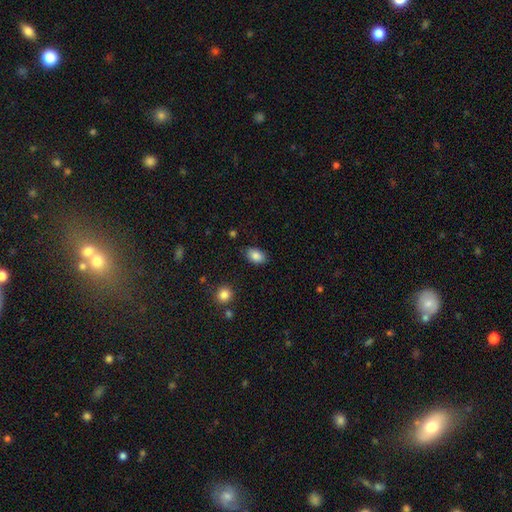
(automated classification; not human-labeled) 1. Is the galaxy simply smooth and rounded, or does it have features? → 86% smooth, 8% star or artifact, 6% featured or disk.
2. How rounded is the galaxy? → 86% in between, 13% round, 1% cigar-shaped.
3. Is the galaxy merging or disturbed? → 85% none, 11% minor disturbance, 3% major disturbance, 2% merger.